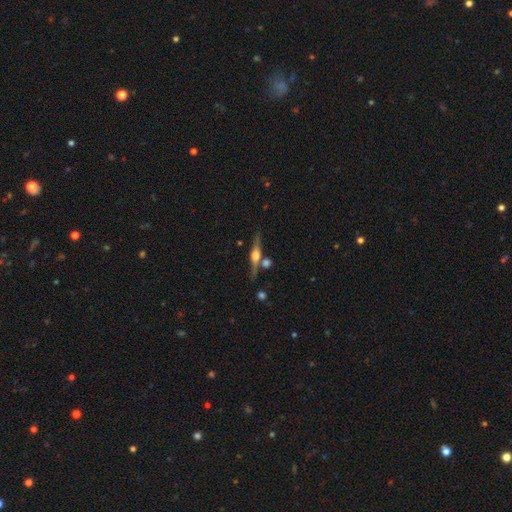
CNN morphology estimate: type=featured or disk (80%); edge-on=yes (97%); edge-on bulge=rounded (90%); merging=none (77%).